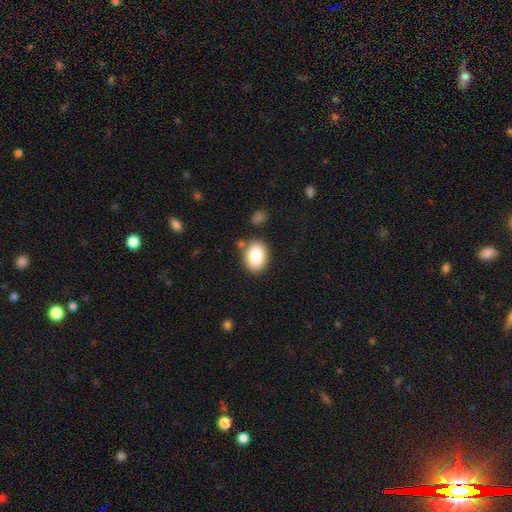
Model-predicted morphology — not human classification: Smooth or featured?
  - smooth: 86% *
  - star or artifact: 7%
  - featured or disk: 6%
How rounded?
  - in between: 78% *
  - round: 21%
  - cigar-shaped: 1%
Merging?
  - none: 78% *
  - minor disturbance: 12%
  - merger: 6%
  - major disturbance: 3%